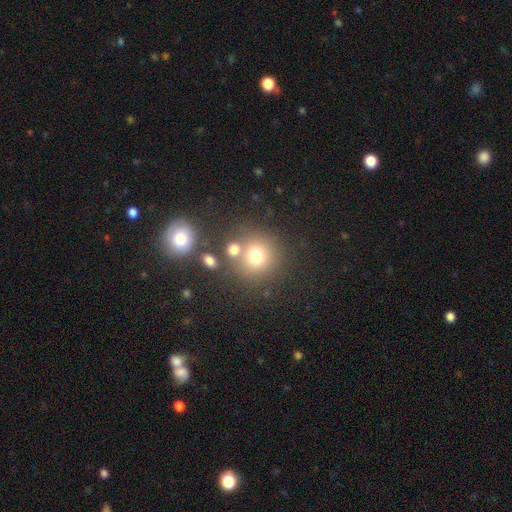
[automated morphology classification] Smooth or featured: smooth — 72% (star or artifact — 17%)
How rounded: round — 90% (in between — 9%)
Merging: none — 67% (merger — 19%)